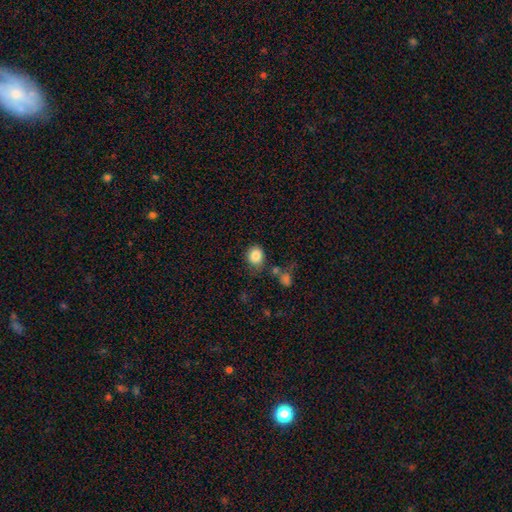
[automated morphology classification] Smooth or featured?
  - smooth: 85% *
  - star or artifact: 9%
  - featured or disk: 6%
How rounded?
  - round: 68% *
  - in between: 31%
  - cigar-shaped: 1%
Merging?
  - none: 69% *
  - minor disturbance: 18%
  - merger: 7%
  - major disturbance: 6%